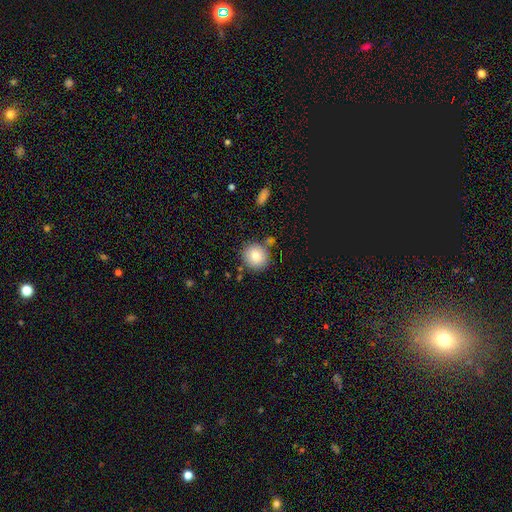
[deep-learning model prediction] Smooth or featured? smooth (78%)
How rounded? round (87%)
Merging? none (79%)